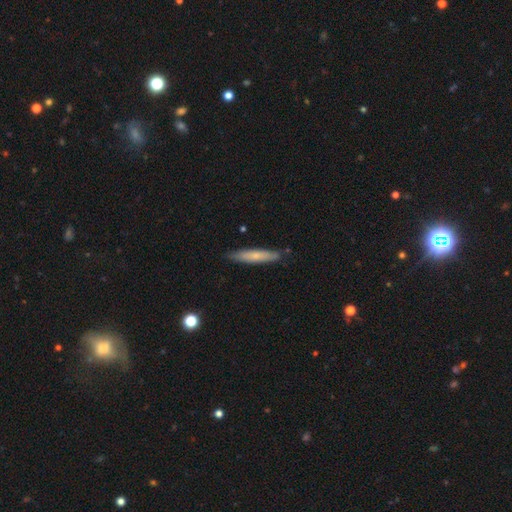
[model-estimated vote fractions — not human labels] smooth-or-featured: smooth: 63% | featured or disk: 31% | star or artifact: 6%
  how-rounded: cigar-shaped: 90% | in between: 9% | round: 1%
  merging: none: 84% | minor disturbance: 12% | merger: 2% | major disturbance: 2%